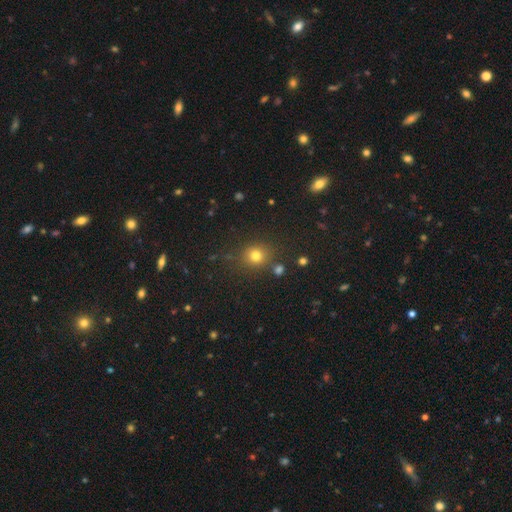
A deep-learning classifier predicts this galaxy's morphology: Smooth or featured? Predicted: smooth (p=0.57). How rounded? Predicted: round (p=0.84). Merging? Predicted: none (p=0.81).